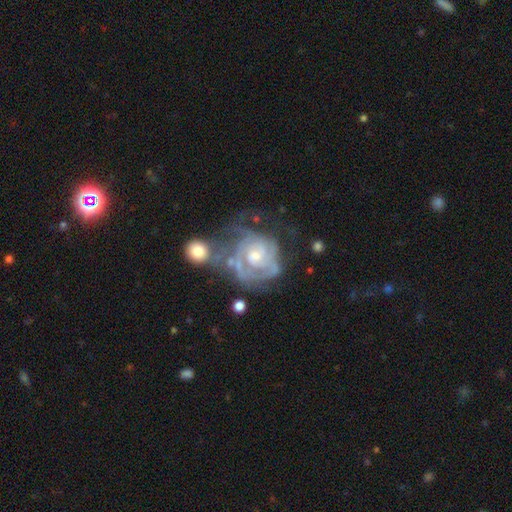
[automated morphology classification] This appears to be a featured or disk galaxy (83%) with no bar (71%), tight (68%) spiral arms (90%) and a moderate central bulge (49%). Merging: none (33%).